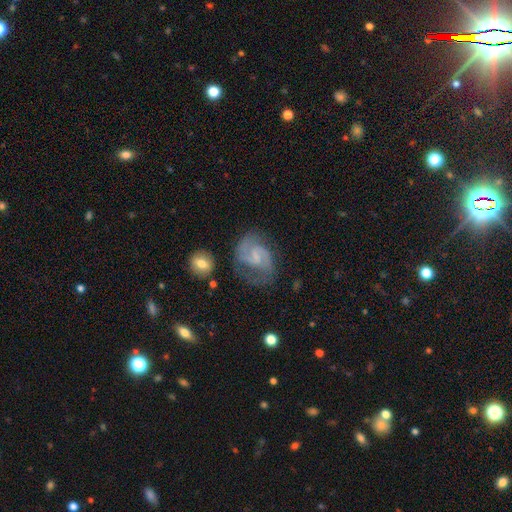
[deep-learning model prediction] The model was most divided on "bulge size": small: 47%, none: 33%, moderate: 17%, large: 2%, dominant: 1%. More confident: edge-on disk — no (98%); spiral arms — yes (94%); spiral arm count — 2 (83%); smooth or featured — featured or disk (79%); merging — none (60%); bar — weak (55%); spiral winding — medium (53%).